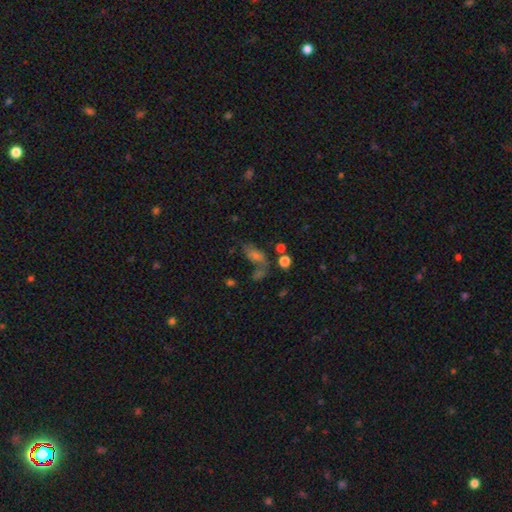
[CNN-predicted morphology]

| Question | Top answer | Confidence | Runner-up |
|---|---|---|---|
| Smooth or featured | smooth | 50% | featured or disk (27%) |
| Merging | none | 44% | merger (22%) |